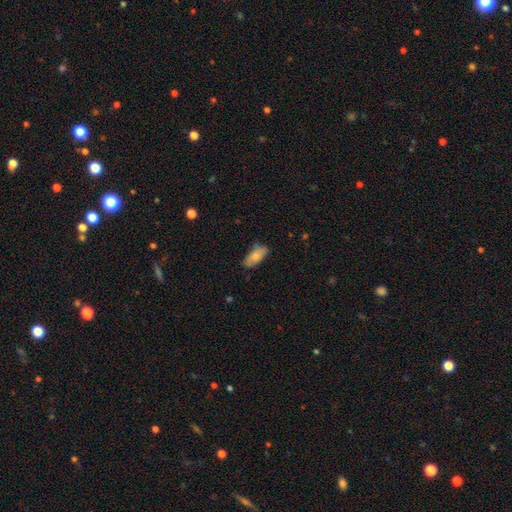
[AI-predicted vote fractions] This is likely a smooth galaxy (77%). How rounded: clearly in between (87%). Merging: likely none (72%).